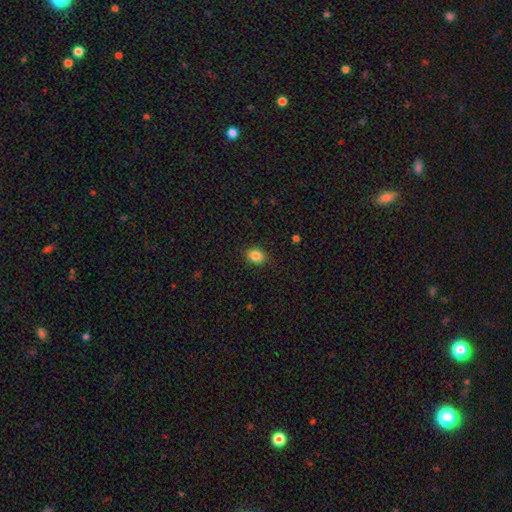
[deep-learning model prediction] Overall: smooth (85%). How rounded: in between (52%; round 47%). Merging: none (87%).